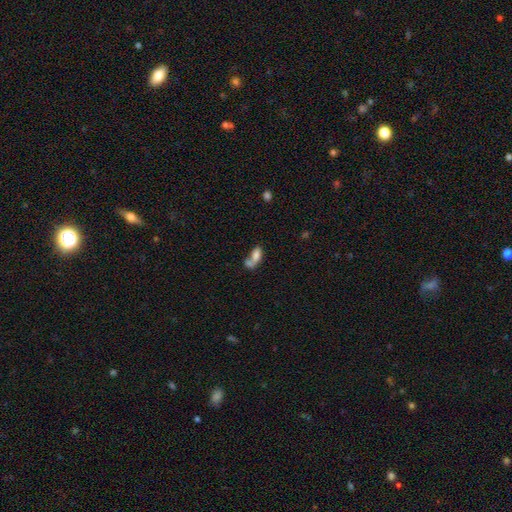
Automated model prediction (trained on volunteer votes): Morphology: type=smooth (74%); roundness=in between (83%); merging=merger (62%).